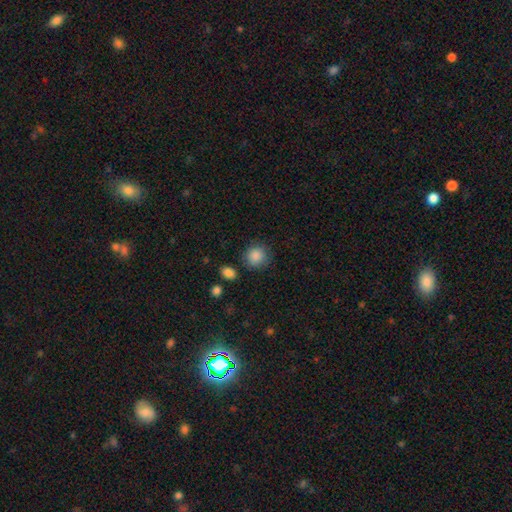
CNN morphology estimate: Smooth or featured: smooth — 87% (star or artifact — 9%)
How rounded: round — 89% (in between — 10%)
Merging: none — 83% (minor disturbance — 10%)